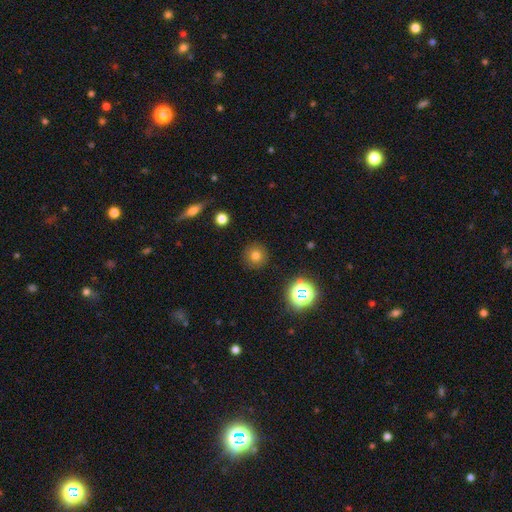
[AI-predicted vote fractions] Smooth or featured? smooth (74%)
How rounded? round (94%)
Merging? none (90%)